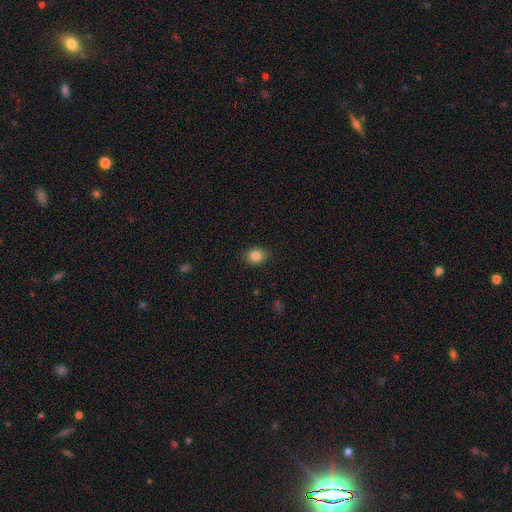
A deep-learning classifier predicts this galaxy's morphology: Smooth or featured? smooth (85%)
How rounded? round (51%)
Merging? none (87%)